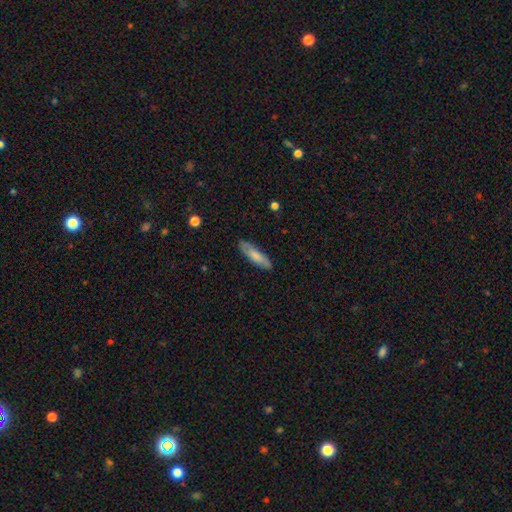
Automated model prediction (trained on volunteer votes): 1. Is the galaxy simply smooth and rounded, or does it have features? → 76% smooth, 18% featured or disk, 5% star or artifact.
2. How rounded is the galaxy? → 68% cigar-shaped, 30% in between, 2% round.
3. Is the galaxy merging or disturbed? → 86% none, 11% minor disturbance, 2% major disturbance, 1% merger.